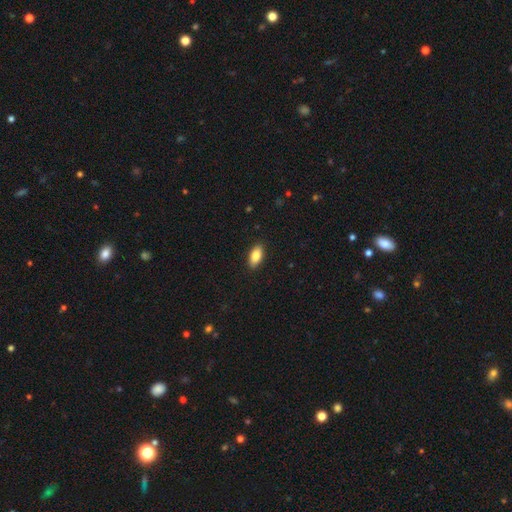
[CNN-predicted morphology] This appears to be a smooth galaxy with no disk features (84%) that is in between round and cigar-shaped (90%). Merging: none (90%).